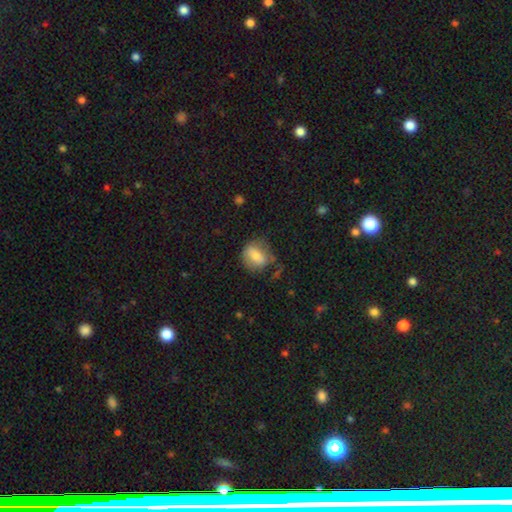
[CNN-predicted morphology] Overall: smooth (73%). How rounded: round (51%; in between 47%). Merging: none (56%; minor disturbance 27%).